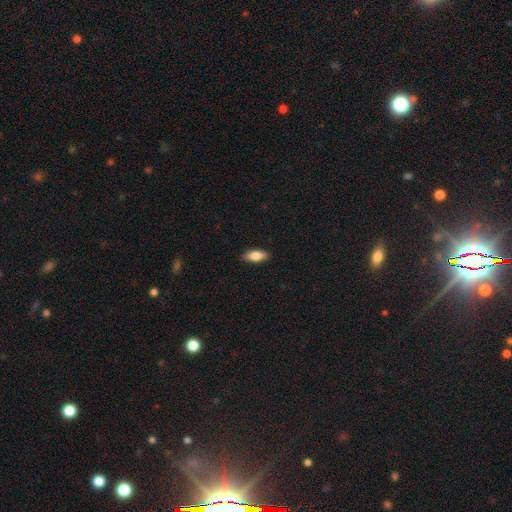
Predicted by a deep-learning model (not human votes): Smooth or featured? Predicted: smooth (p=0.78). How rounded? Predicted: in between (p=0.82). Merging? Predicted: none (p=0.89).